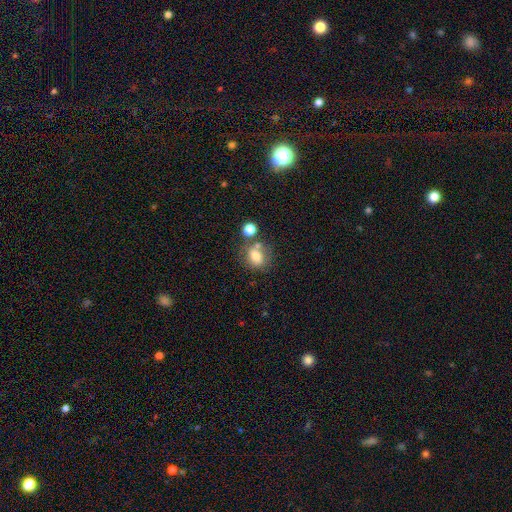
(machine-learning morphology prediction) This is likely a smooth galaxy (73%). How rounded: possibly round (54%). Merging: possibly none (54%).